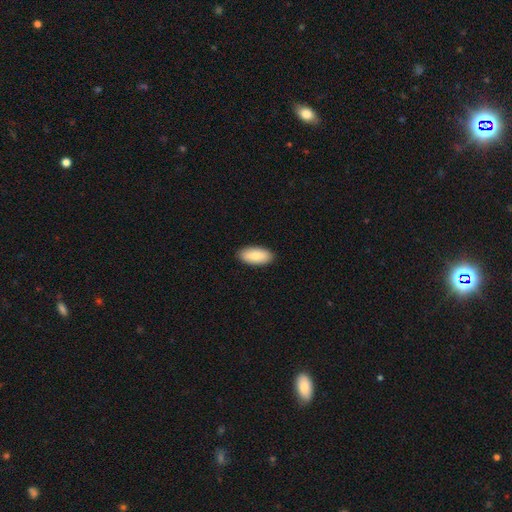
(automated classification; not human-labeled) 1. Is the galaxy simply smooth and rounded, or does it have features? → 84% smooth, 10% featured or disk, 6% star or artifact.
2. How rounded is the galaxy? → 92% in between, 6% cigar-shaped, 2% round.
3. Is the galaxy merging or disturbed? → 90% none, 7% minor disturbance, 2% major disturbance, 1% merger.